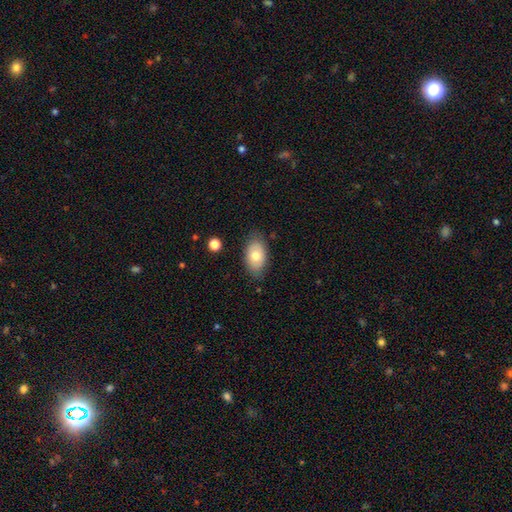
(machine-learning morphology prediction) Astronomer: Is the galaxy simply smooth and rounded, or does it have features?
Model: smooth — 71%.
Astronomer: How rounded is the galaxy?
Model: in between — 91%.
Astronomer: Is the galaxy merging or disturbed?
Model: none — 80%.